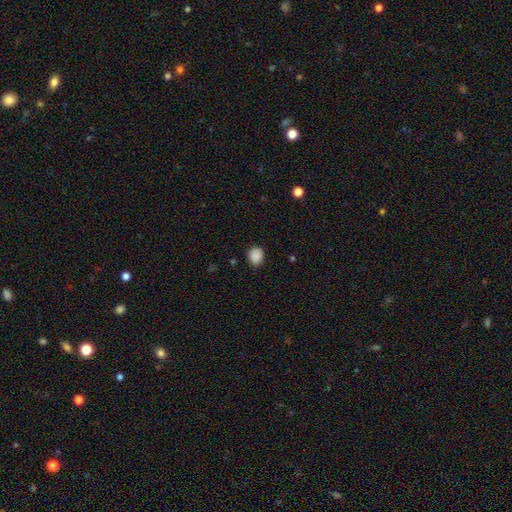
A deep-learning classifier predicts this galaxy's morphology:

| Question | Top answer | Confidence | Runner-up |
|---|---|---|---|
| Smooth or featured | smooth | 88% | star or artifact (9%) |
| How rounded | round | 76% | in between (23%) |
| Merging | none | 85% | minor disturbance (12%) |